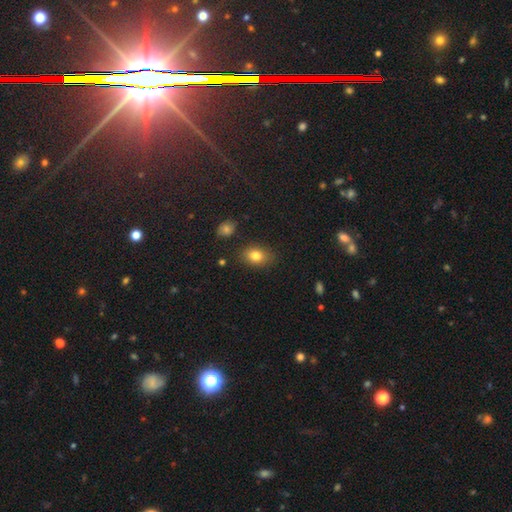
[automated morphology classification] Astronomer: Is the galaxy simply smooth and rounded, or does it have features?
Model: smooth — 81%.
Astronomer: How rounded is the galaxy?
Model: in between — 73%.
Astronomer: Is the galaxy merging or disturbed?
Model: none — 83%.